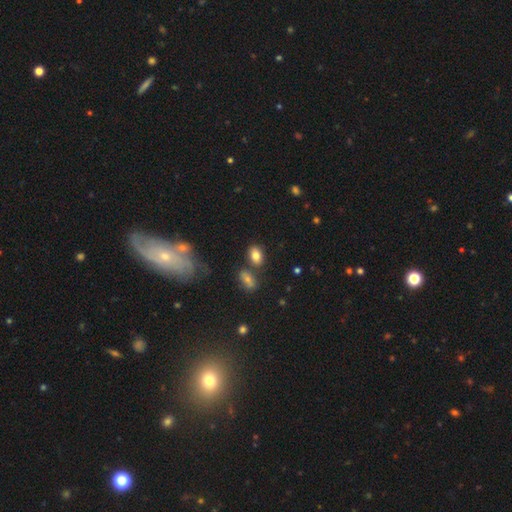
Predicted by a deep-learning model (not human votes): A smooth galaxy with no disk features (81%) that is in between round and cigar-shaped (83%).

Vote fractions:
- Smooth or featured? smooth: 81% / star or artifact: 9% / featured or disk: 9%
- How rounded? in between: 83% / round: 15% / cigar-shaped: 2%
- Merging? none: 71% / minor disturbance: 12% / merger: 12% / major disturbance: 4%